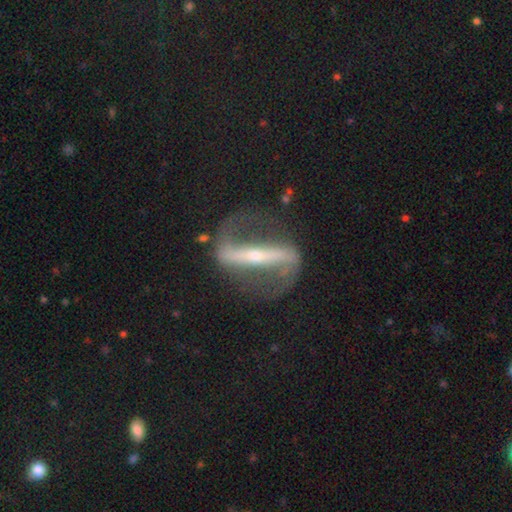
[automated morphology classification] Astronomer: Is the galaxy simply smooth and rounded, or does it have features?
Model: featured or disk — 89%.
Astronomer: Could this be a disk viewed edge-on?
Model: no — 81%.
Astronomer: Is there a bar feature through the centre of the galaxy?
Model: strong — 84%.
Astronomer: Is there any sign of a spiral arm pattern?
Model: yes — 88%.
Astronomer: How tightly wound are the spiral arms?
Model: loose — 54% (runner-up: medium, 33%).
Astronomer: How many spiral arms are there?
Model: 2 — 92%.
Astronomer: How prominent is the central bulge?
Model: small — 73%.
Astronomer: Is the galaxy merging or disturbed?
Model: none — 70%.